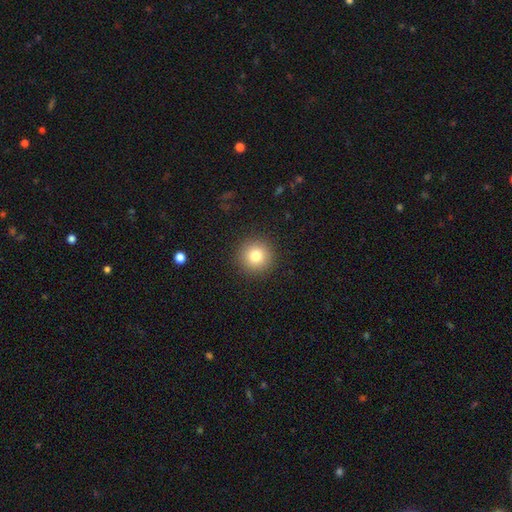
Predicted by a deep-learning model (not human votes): smooth_or_featured: smooth (p=0.81) [alt: star or artifact p=0.11]
how_rounded: round (p=0.95) [alt: in between p=0.04]
merging: none (p=0.91) [alt: minor disturbance p=0.05]